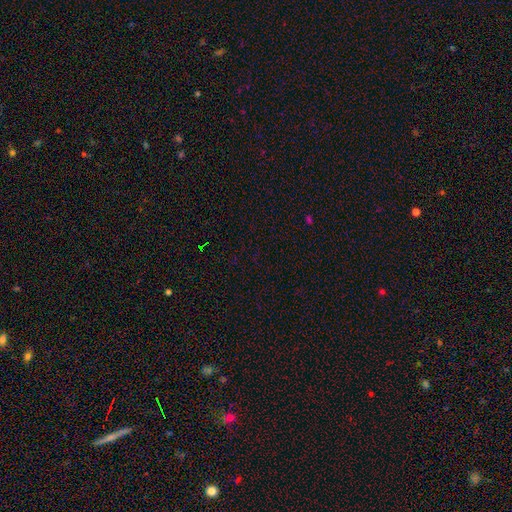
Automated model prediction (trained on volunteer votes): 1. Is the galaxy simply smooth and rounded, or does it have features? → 71% star or artifact, 22% smooth, 8% featured or disk.